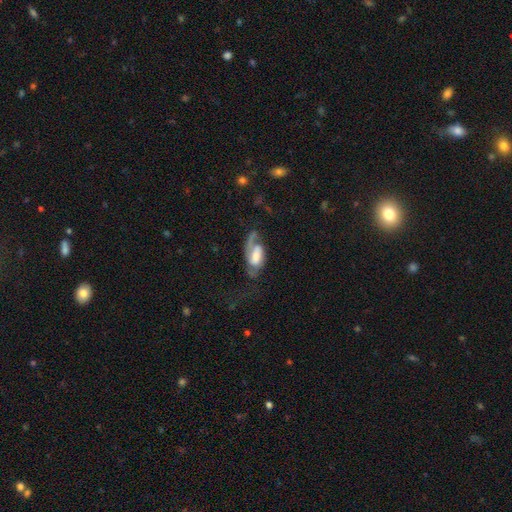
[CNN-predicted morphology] This appears to be a featured or disk galaxy (64%) with a weak bar (40%), spiral arms (84%) and a large central bulge (34%). Merging: major disturbance (39%).